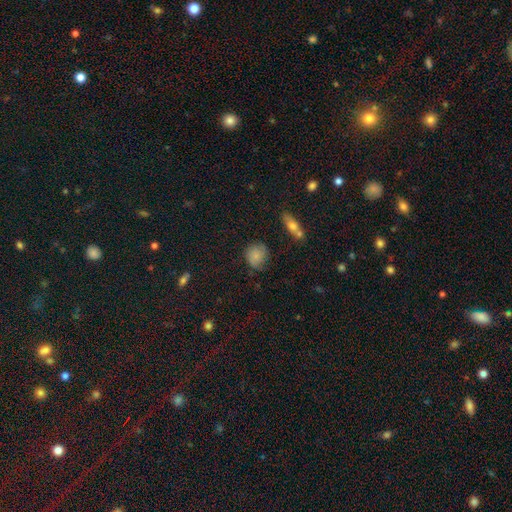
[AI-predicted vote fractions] The model was most divided on "merging": none: 68%, minor disturbance: 23%, major disturbance: 6%, merger: 3%. More confident: smooth or featured — smooth (74%); how rounded — round (74%).